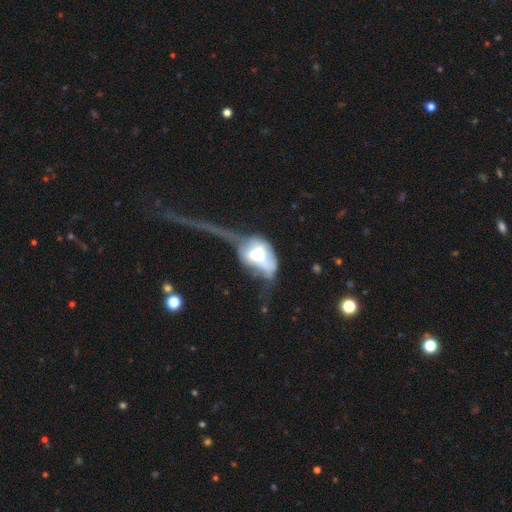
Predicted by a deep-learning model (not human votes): A featured or disk galaxy (51%). Merging: major disturbance (50%).